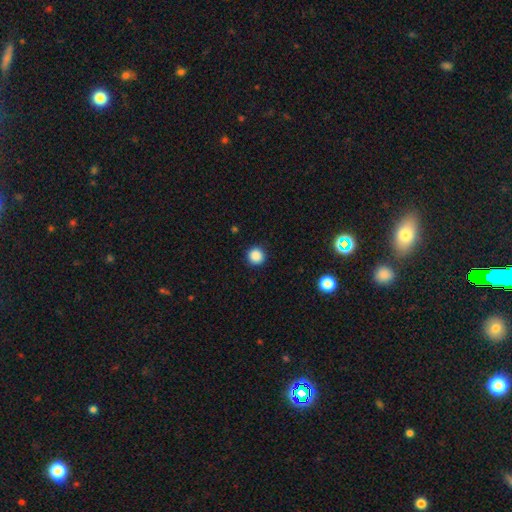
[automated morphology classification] Smooth or featured? smooth (87%)
How rounded? round (94%)
Merging? none (91%)